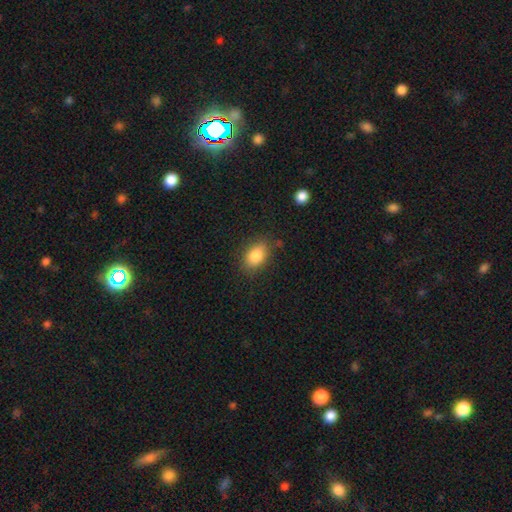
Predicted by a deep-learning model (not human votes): This is clearly a smooth galaxy (84%). How rounded: clearly in between (84%). Merging: likely none (79%).